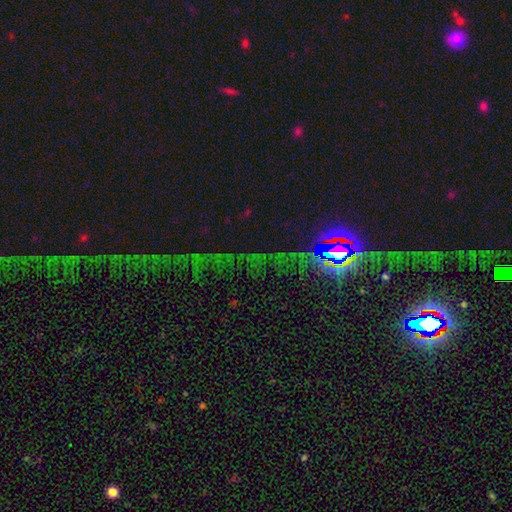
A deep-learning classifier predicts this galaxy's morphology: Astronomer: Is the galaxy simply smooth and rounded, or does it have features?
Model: star or artifact — 80%.